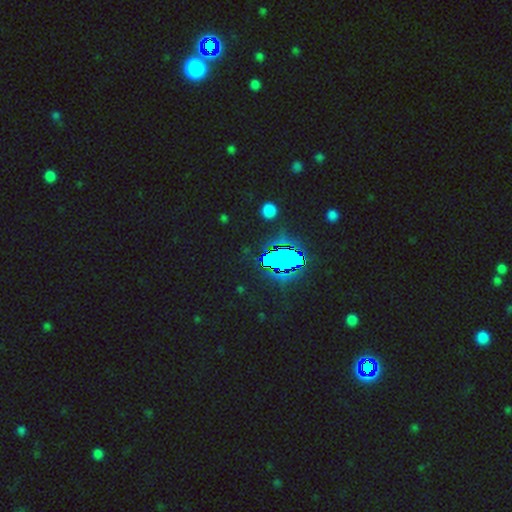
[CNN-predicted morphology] Q: Smooth or featured?
A: star or artifact (81%); runner-up: smooth (11%)